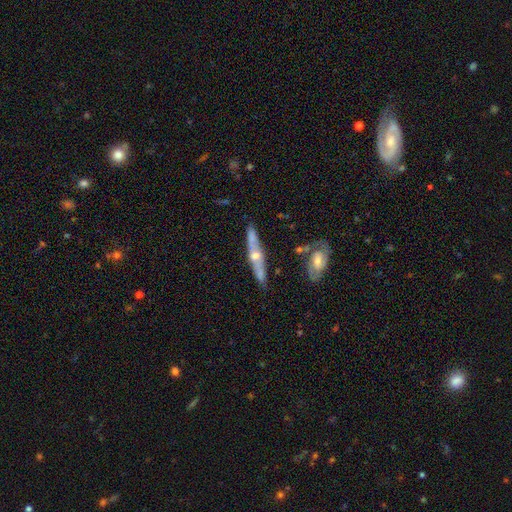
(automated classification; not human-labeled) Smooth or featured: featured or disk — 72% (smooth — 21%)
Edge-on disk: yes — 81% (no — 19%)
Edge-on bulge: rounded — 88% (none — 9%)
Merging: none — 73% (minor disturbance — 16%)